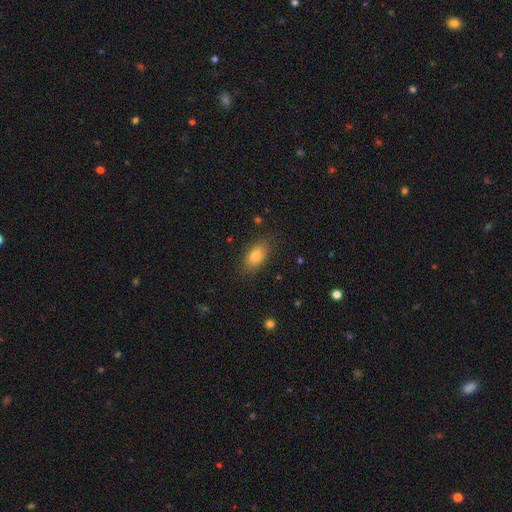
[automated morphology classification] smooth_or_featured: smooth (p=0.81) [alt: featured or disk p=0.11]
how_rounded: in between (p=0.88) [alt: round p=0.07]
merging: none (p=0.84) [alt: minor disturbance p=0.11]